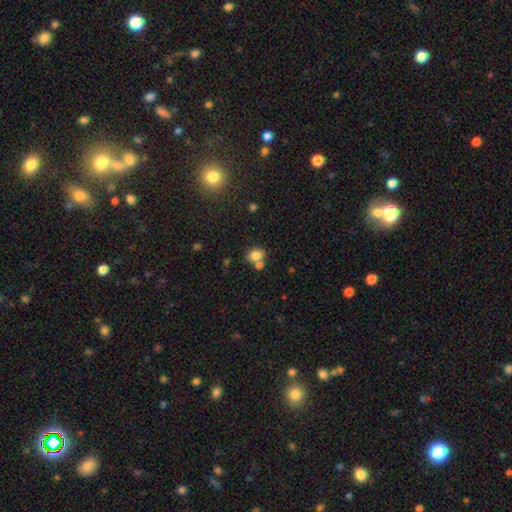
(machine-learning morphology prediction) A smooth galaxy with no disk features (78%) that is in between round and cigar-shaped (57%). Merging: none (53%).